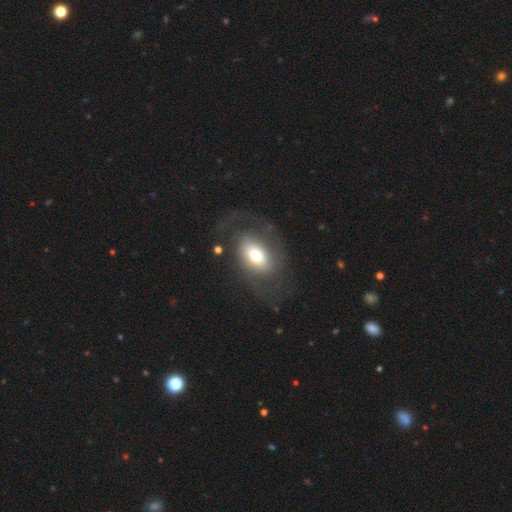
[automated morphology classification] The model was most divided on "smooth or featured": smooth: 48%, featured or disk: 45%, star or artifact: 8%. More confident: merging — none (52%).